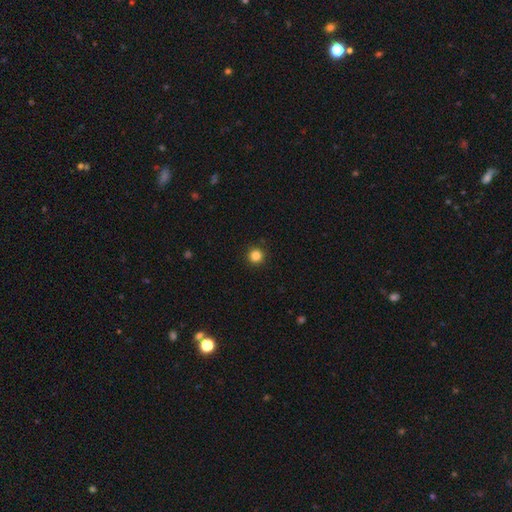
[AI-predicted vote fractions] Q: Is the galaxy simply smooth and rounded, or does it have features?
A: smooth — 84%.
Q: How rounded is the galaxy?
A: round — 96%.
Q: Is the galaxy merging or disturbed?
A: none — 93%.